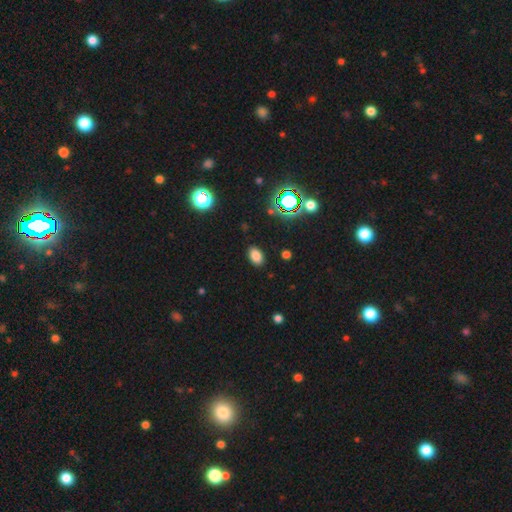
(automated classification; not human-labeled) smooth 78%, star or artifact 16%, featured or disk 6%. Down the decision tree: how rounded — in between (87%); merging — none (87%).